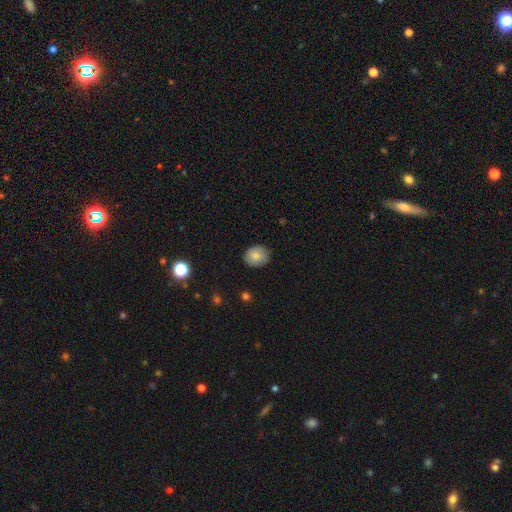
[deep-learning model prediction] A smooth galaxy with no disk features (81%) that is round (56%). Merging: none (84%).